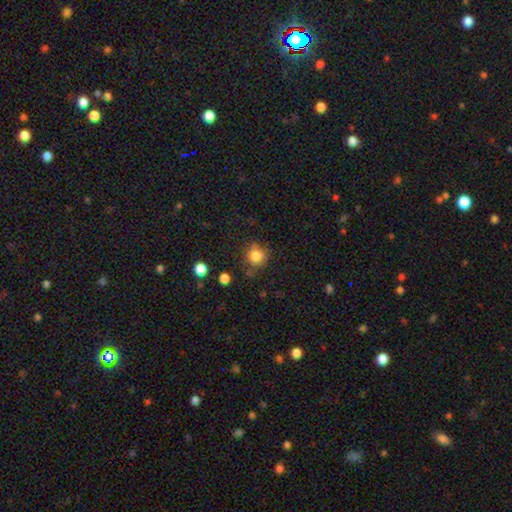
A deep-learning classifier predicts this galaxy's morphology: Smooth or featured? Predicted: smooth (p=0.82). How rounded? Predicted: round (p=0.87). Merging? Predicted: none (p=0.73).